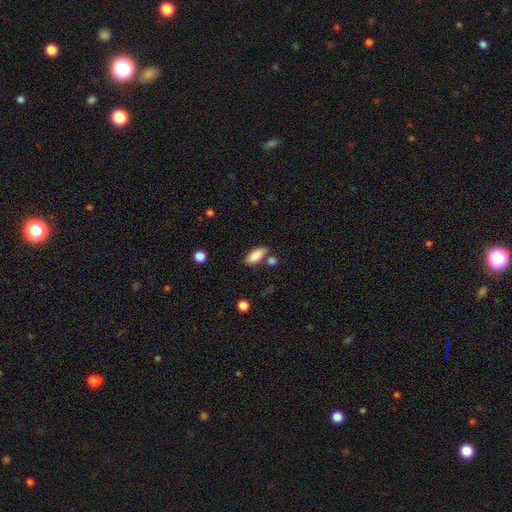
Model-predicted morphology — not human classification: smooth 87%, star or artifact 7%, featured or disk 6%. Down the decision tree: how rounded — in between (82%); merging — none (67%).